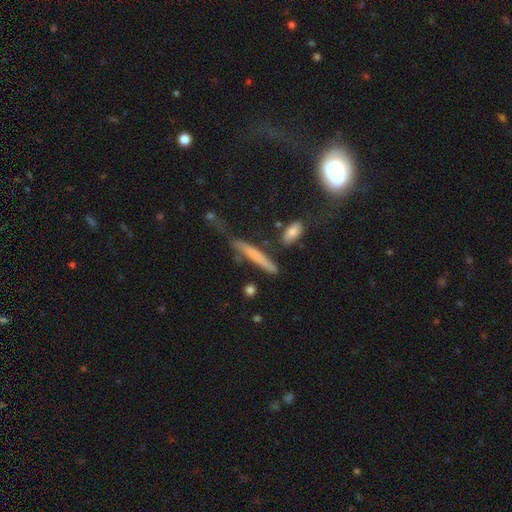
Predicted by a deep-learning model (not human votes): Morphology: type=smooth (61%); roundness=cigar-shaped (89%); merging=none (52%).